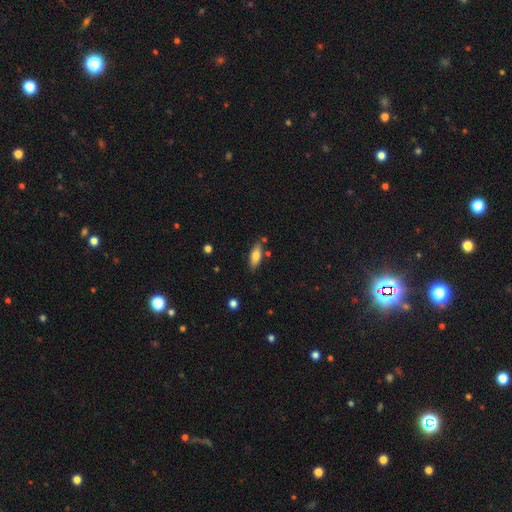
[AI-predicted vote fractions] smooth-or-featured: smooth: 74% | featured or disk: 19% | star or artifact: 7%
  how-rounded: in between: 71% | cigar-shaped: 27% | round: 2%
  merging: none: 80% | minor disturbance: 13% | merger: 5% | major disturbance: 2%